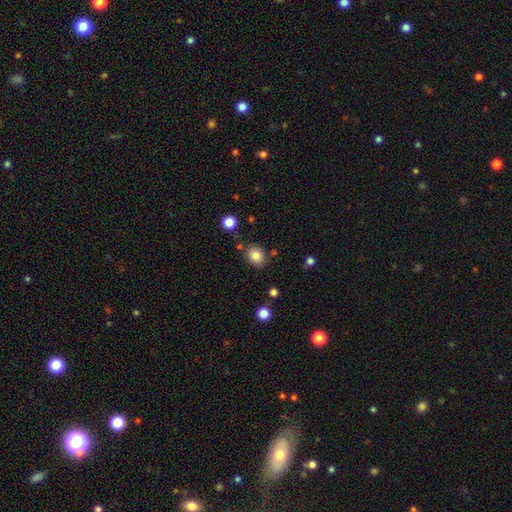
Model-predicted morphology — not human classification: Smooth or featured?
  - smooth: 84% *
  - star or artifact: 10%
  - featured or disk: 6%
How rounded?
  - round: 54% *
  - in between: 45%
  - cigar-shaped: 1%
Merging?
  - none: 80% *
  - minor disturbance: 12%
  - merger: 5%
  - major disturbance: 3%